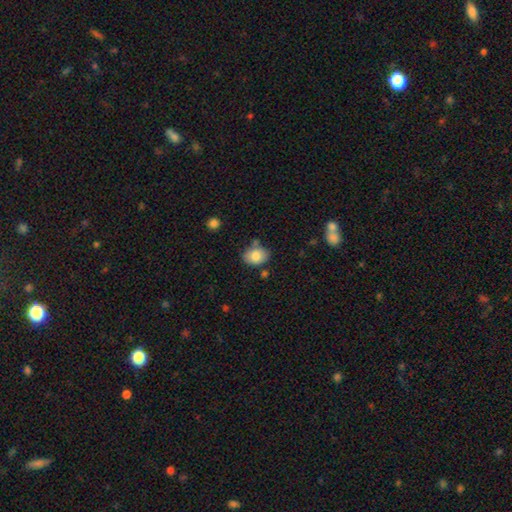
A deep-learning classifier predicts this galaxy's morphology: Smooth or featured: smooth — 83% (featured or disk — 10%)
How rounded: in between — 72% (round — 27%)
Merging: none — 72% (minor disturbance — 17%)